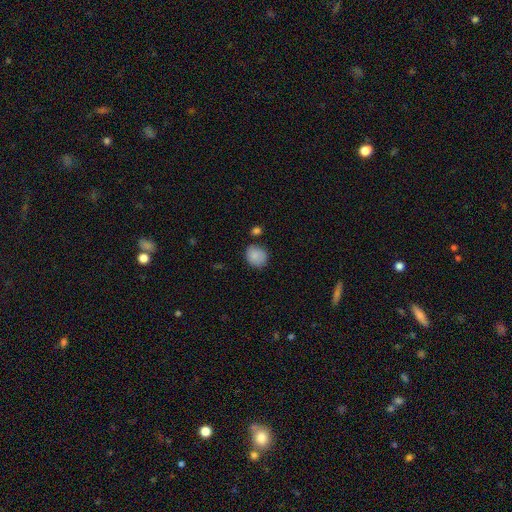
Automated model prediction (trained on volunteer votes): Overall: smooth (87%). How rounded: round (71%). Merging: none (76%).